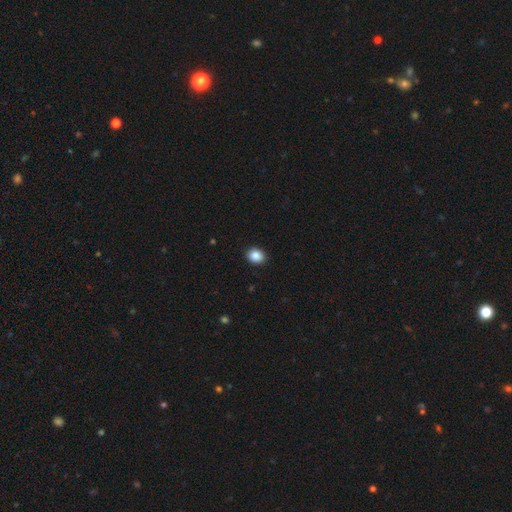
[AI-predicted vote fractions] This is clearly a smooth galaxy (88%). How rounded: possibly round (57%). Merging: clearly none (91%).